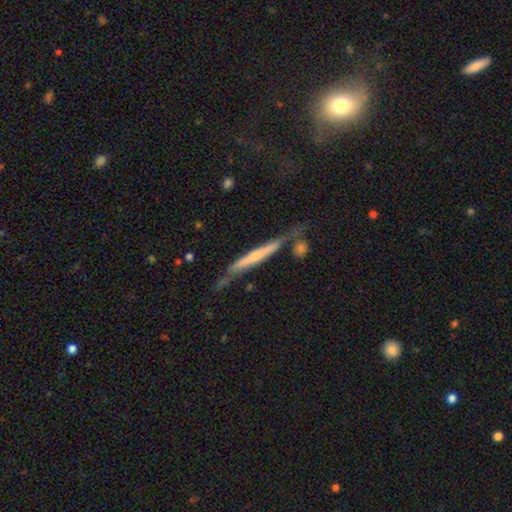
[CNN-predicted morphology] A featured or disk galaxy (63%) viewed edge-on (92%) with no central bulge (48%).

Vote fractions:
- Smooth or featured? featured or disk: 63% / smooth: 32% / star or artifact: 6%
- Edge-on disk? yes: 92% / no: 8%
- Edge-on bulge? none: 48% / rounded: 38% / boxy: 14%
- Merging? none: 58% / minor disturbance: 22% / merger: 12% / major disturbance: 9%